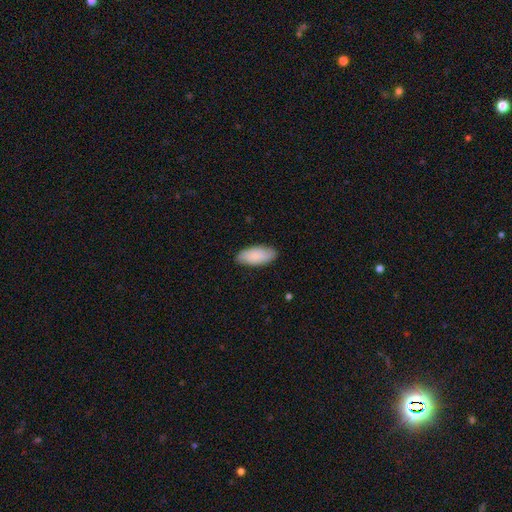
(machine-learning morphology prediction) Smooth or featured? smooth (82%)
How rounded? in between (91%)
Merging? none (84%)